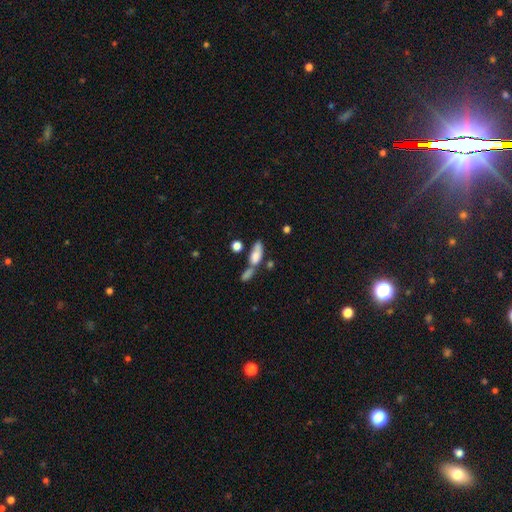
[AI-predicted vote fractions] smooth_or_featured: smooth (p=0.71) [alt: featured or disk p=0.19]
how_rounded: in between (p=0.69) [alt: cigar-shaped p=0.25]
merging: merger (p=0.42) [alt: none p=0.33]